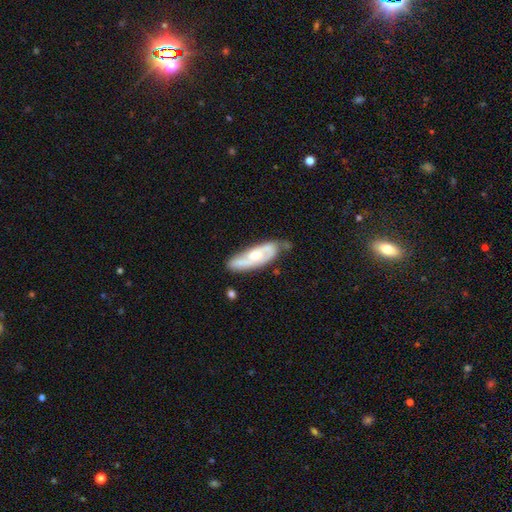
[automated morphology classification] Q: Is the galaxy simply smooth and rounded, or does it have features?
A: featured or disk — 67%.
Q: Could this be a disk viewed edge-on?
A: no — 81%.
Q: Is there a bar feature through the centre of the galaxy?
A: no — 63%.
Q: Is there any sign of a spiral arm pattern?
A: yes — 86%.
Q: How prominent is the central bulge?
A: moderate — 57%.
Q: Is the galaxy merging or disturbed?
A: none — 61%.